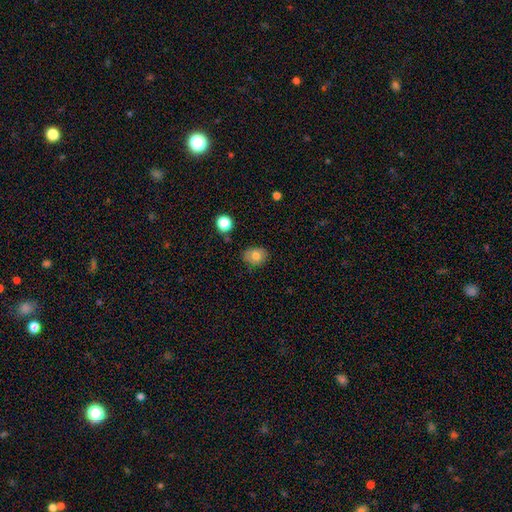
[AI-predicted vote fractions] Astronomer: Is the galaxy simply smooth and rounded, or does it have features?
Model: smooth — 77%.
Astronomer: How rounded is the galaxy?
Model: in between — 52% (runner-up: round, 47%).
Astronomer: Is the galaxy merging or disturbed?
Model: none — 81%.